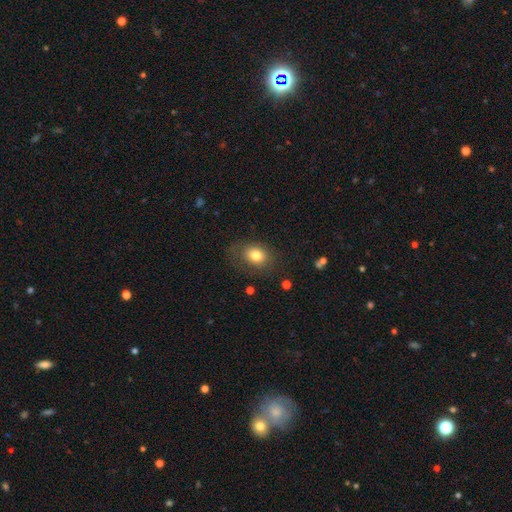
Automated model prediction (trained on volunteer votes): A smooth galaxy with no disk features (78%) that is in between round and cigar-shaped (54%).

Vote fractions:
- Smooth or featured? smooth: 78% / featured or disk: 12% / star or artifact: 10%
- How rounded? in between: 54% / round: 46% / cigar-shaped: 1%
- Merging? none: 71% / minor disturbance: 18% / major disturbance: 9% / merger: 1%